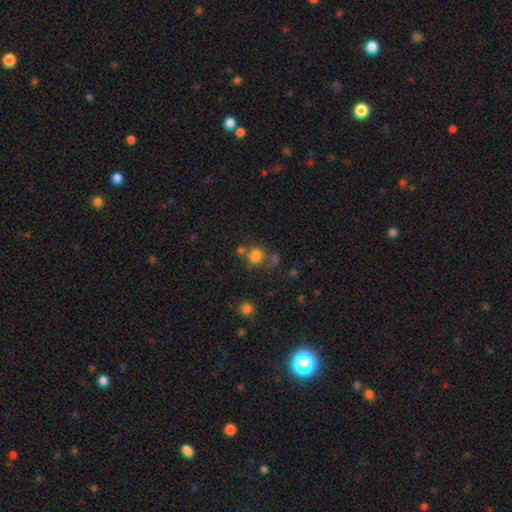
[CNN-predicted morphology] Overall: smooth (73%). How rounded: round (68%; in between 31%). Merging: none (50%; merger 28%).